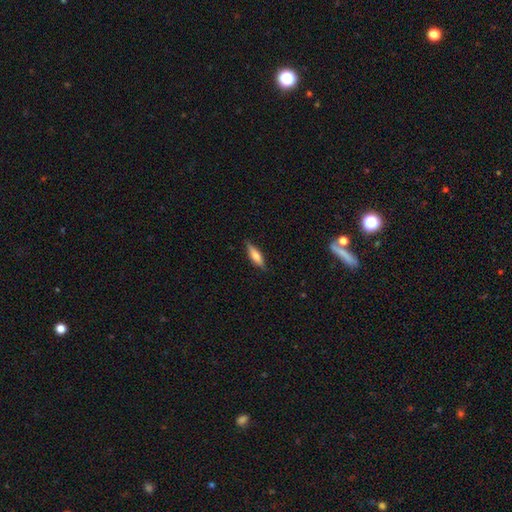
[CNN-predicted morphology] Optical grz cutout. It shows a smooth galaxy with no disk features (55%) that is cigar-shaped (64%). Merging: none (86%).